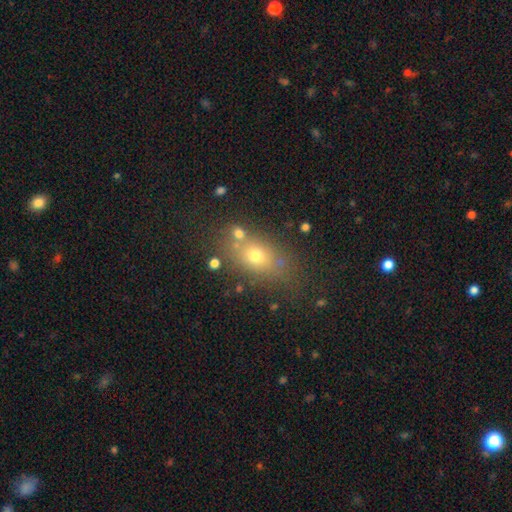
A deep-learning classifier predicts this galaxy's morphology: Smooth or featured?
  - smooth: 64% *
  - featured or disk: 18%
  - star or artifact: 18%
How rounded?
  - in between: 66% *
  - round: 29%
  - cigar-shaped: 5%
Merging?
  - none: 69% *
  - minor disturbance: 13%
  - merger: 12%
  - major disturbance: 6%